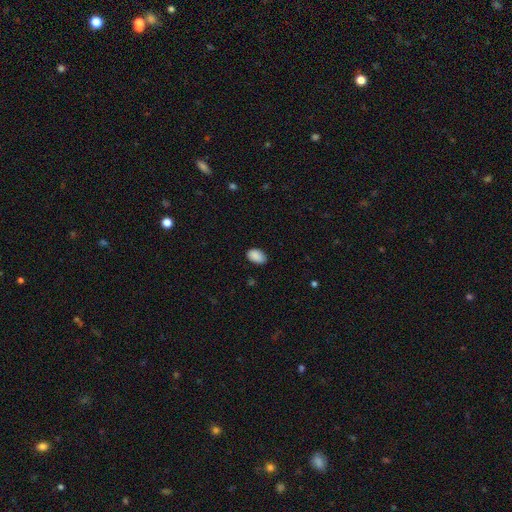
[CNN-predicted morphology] Q: Smooth or featured?
A: smooth (89%); runner-up: star or artifact (7%)
Q: How rounded?
A: in between (91%); runner-up: round (8%)
Q: Merging?
A: none (81%); runner-up: minor disturbance (15%)